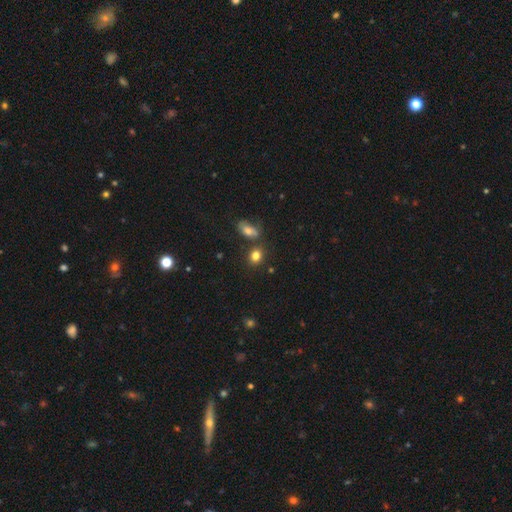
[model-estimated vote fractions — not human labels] Smooth or featured?
  - smooth: 81% *
  - star or artifact: 12%
  - featured or disk: 7%
How rounded?
  - round: 55% *
  - in between: 43%
  - cigar-shaped: 2%
Merging?
  - none: 71% *
  - merger: 14%
  - minor disturbance: 11%
  - major disturbance: 3%